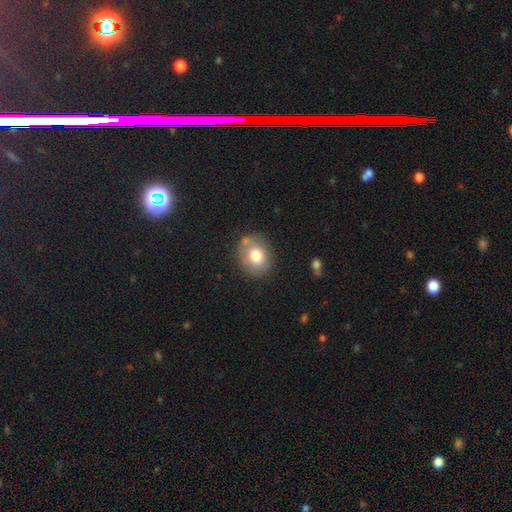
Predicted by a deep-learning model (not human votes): This appears to be a smooth galaxy with no disk features (77%) that is round (57%). Merging: none (71%).